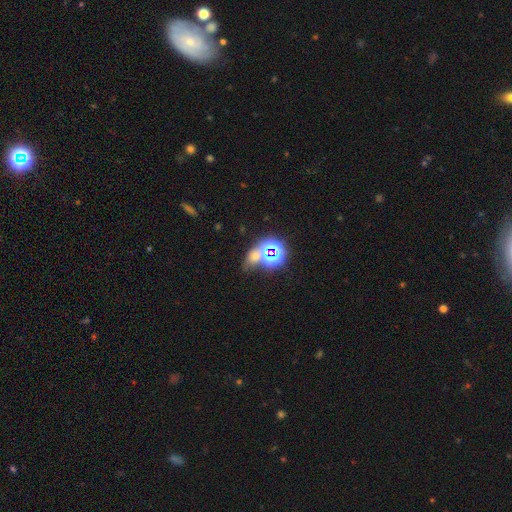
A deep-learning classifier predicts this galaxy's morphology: This is possibly a star or artifact rather than a galaxy (51%).